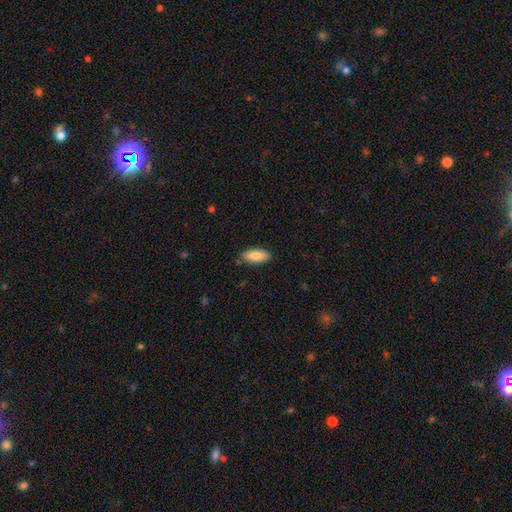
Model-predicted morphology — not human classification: smooth_or_featured: smooth (p=0.81) [alt: featured or disk p=0.13]
how_rounded: in between (p=0.79) [alt: cigar-shaped p=0.19]
merging: none (p=0.85) [alt: minor disturbance p=0.11]